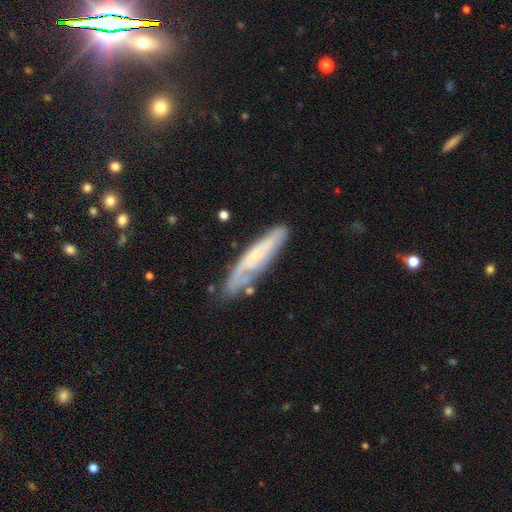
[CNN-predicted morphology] Overall: featured or disk (63%; smooth 31%). Edge-on disk: no (59%; yes 41%). Merging: none (67%).